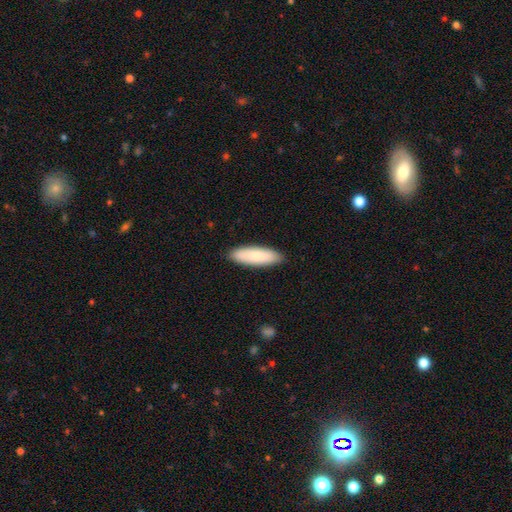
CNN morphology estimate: smooth_or_featured: smooth (p=0.83) [alt: featured or disk p=0.12]
how_rounded: cigar-shaped (p=0.52) [alt: in between p=0.47]
merging: none (p=0.89) [alt: minor disturbance p=0.08]